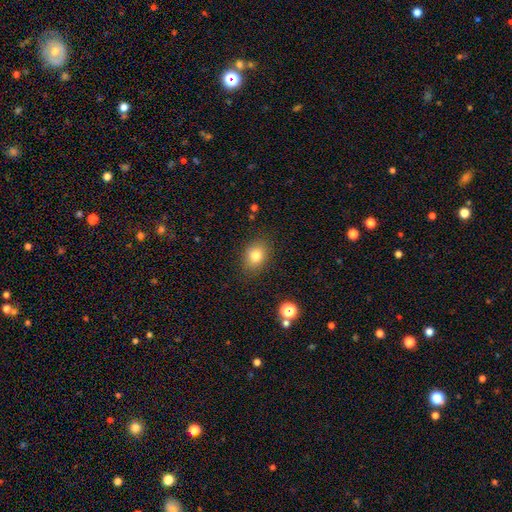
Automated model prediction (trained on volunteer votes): Q: Smooth or featured?
A: smooth (81%); runner-up: star or artifact (10%)
Q: How rounded?
A: in between (62%); runner-up: round (37%)
Q: Merging?
A: none (84%); runner-up: minor disturbance (12%)